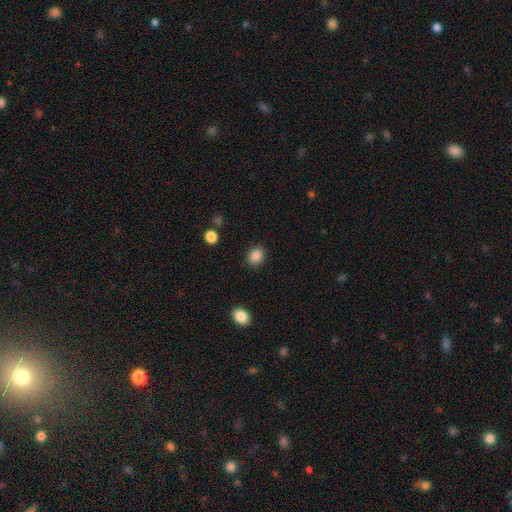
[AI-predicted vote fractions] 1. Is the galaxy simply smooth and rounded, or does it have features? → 87% smooth, 9% star or artifact, 4% featured or disk.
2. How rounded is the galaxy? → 54% round, 45% in between, 1% cigar-shaped.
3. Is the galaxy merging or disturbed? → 88% none, 8% minor disturbance, 3% major disturbance, 1% merger.